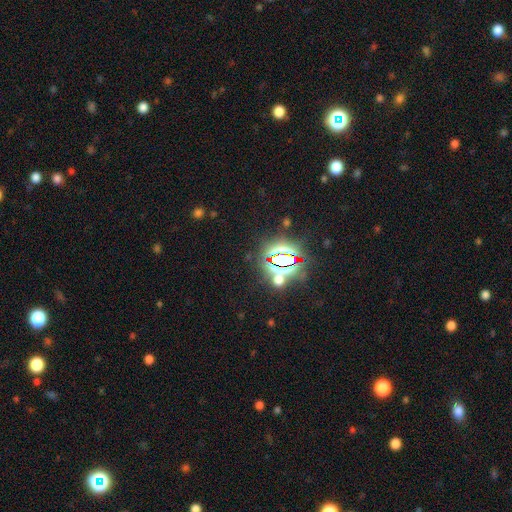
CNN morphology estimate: star or artifact 80%, smooth 12%, featured or disk 7%.